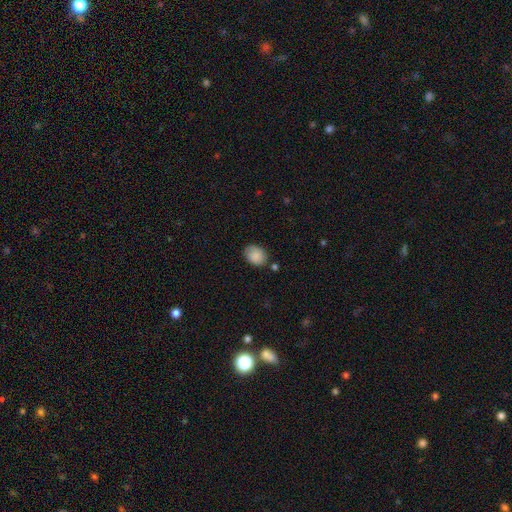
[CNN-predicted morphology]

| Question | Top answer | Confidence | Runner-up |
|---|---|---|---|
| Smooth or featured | smooth | 87% | star or artifact (7%) |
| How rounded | in between | 62% | round (37%) |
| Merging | none | 74% | minor disturbance (17%) |